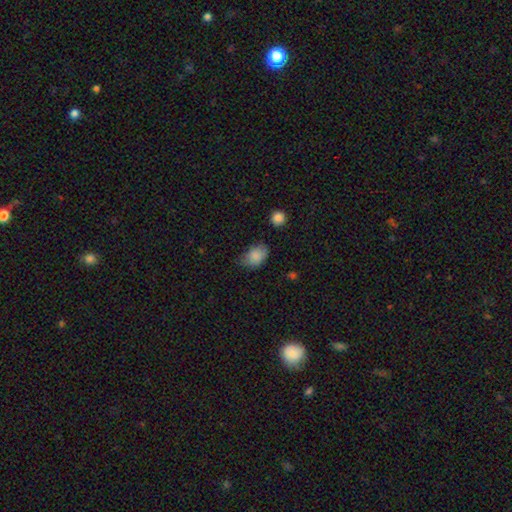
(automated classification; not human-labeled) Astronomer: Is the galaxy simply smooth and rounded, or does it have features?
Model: smooth — 84%.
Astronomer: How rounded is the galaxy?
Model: in between — 80%.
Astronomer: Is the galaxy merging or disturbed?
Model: none — 56% (runner-up: minor disturbance, 34%).